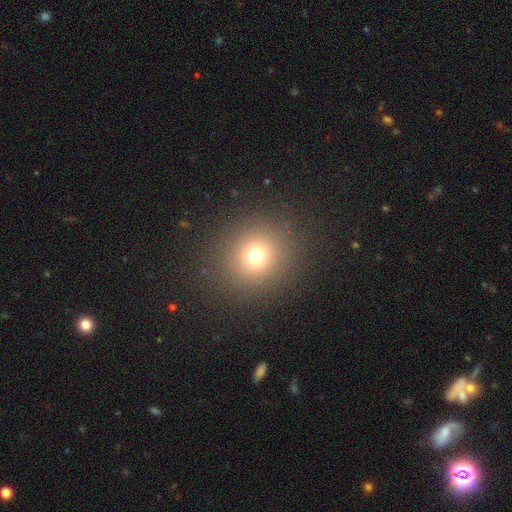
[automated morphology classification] Overall: smooth (71%). How rounded: round (90%). Merging: none (88%).